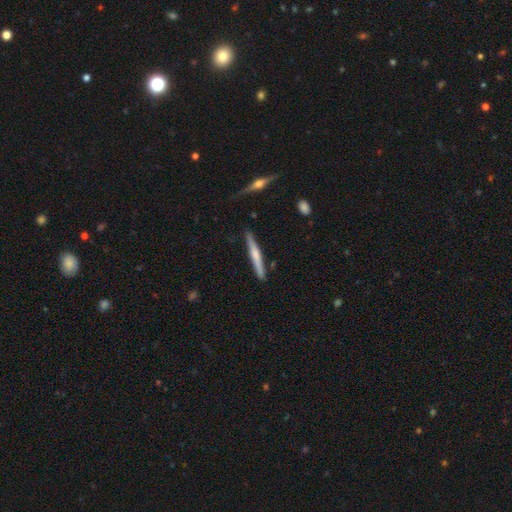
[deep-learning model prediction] Smooth or featured?
  - featured or disk: 48% *
  - smooth: 46%
  - star or artifact: 6%
Merging?
  - none: 86% *
  - minor disturbance: 10%
  - merger: 2%
  - major disturbance: 2%